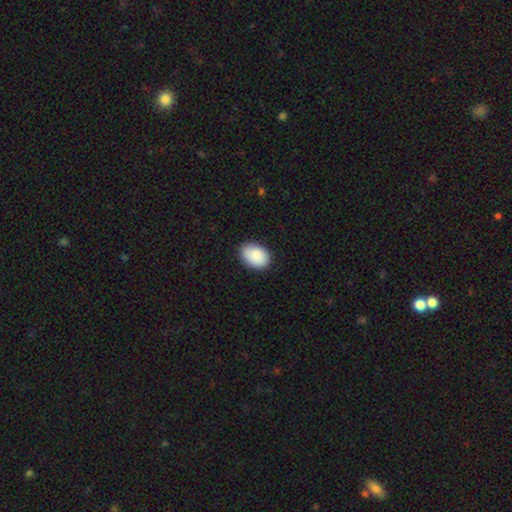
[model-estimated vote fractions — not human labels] Smooth or featured: smooth — 88% (star or artifact — 6%)
How rounded: in between — 82% (round — 17%)
Merging: none — 82% (minor disturbance — 14%)